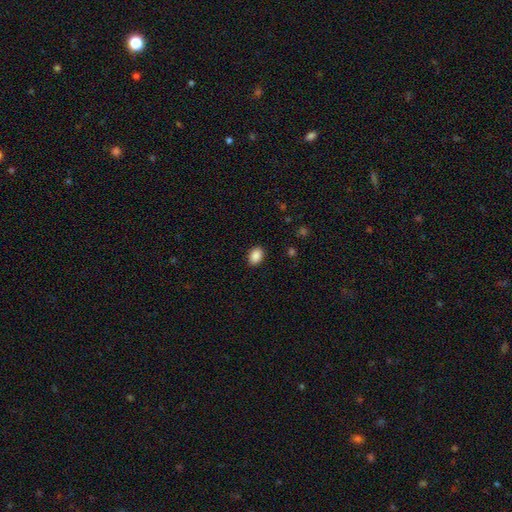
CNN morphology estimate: A smooth galaxy with no disk features (89%) that is in between round and cigar-shaped (80%).

Vote fractions:
- Smooth or featured? smooth: 89% / star or artifact: 8% / featured or disk: 3%
- How rounded? in between: 80% / round: 19% / cigar-shaped: 1%
- Merging? none: 89% / minor disturbance: 8% / major disturbance: 2% / merger: 1%